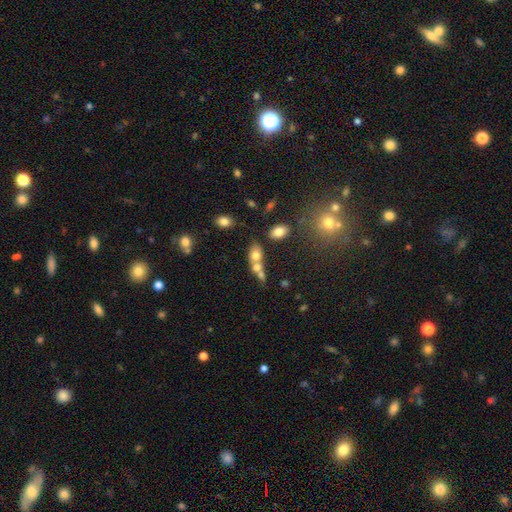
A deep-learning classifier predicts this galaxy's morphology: type=smooth (66%); roundness=in between (66%); merging=merger (61%).